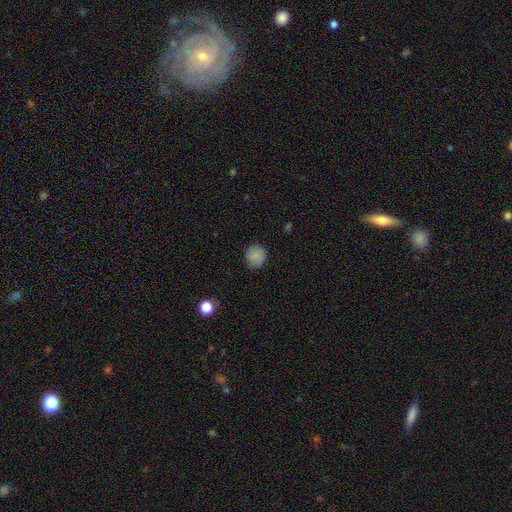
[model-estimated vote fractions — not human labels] smooth_or_featured: smooth (p=0.84) [alt: star or artifact p=0.10]
how_rounded: round (p=0.89) [alt: in between p=0.10]
merging: none (p=0.85) [alt: minor disturbance p=0.11]